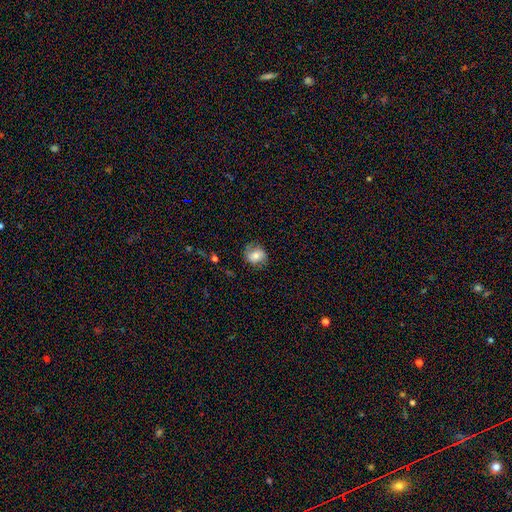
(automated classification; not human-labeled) Morphology: type=smooth (65%); roundness=round (65%); merging=none (72%).